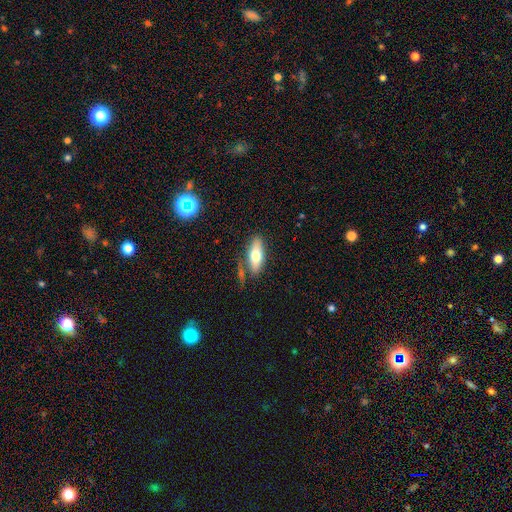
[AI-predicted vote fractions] Smooth or featured? Predicted: smooth (p=0.68). How rounded? Predicted: in between (p=0.73). Merging? Predicted: none (p=0.67).